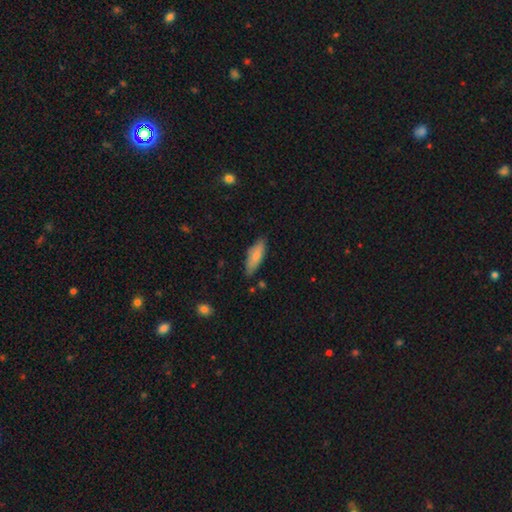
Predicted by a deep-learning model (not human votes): This appears to be a smooth galaxy with no disk features (80%) that is in between round and cigar-shaped (61%). Merging: none (77%).